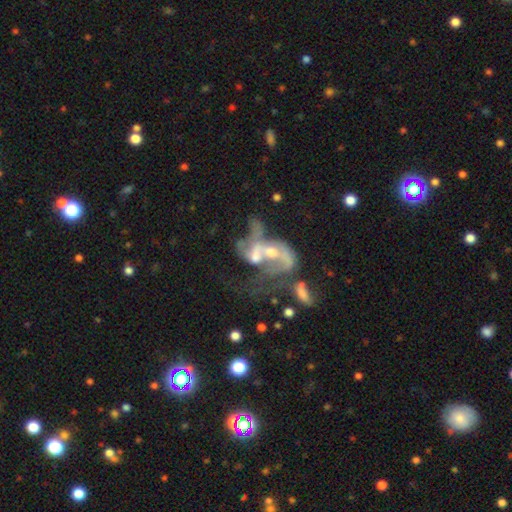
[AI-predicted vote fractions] Smooth or featured? featured or disk (70%)
Edge-on disk? no (96%)
Bar? no (68%)
Spiral arms? no (55%)
Bulge size? moderate (50%)
Merging? merger (64%)